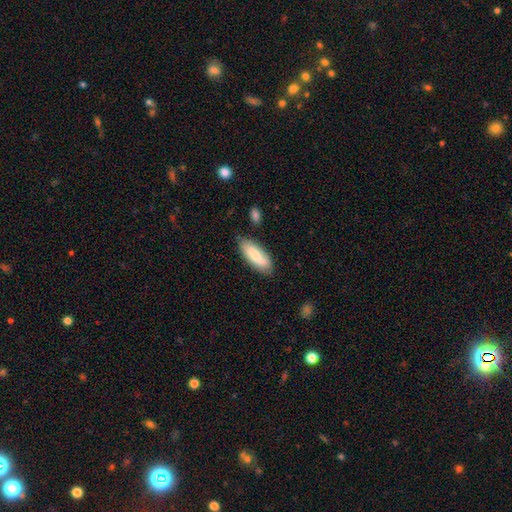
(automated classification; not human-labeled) Q: Smooth or featured?
A: smooth (75%); runner-up: featured or disk (19%)
Q: How rounded?
A: in between (69%); runner-up: cigar-shaped (29%)
Q: Merging?
A: none (76%); runner-up: minor disturbance (17%)